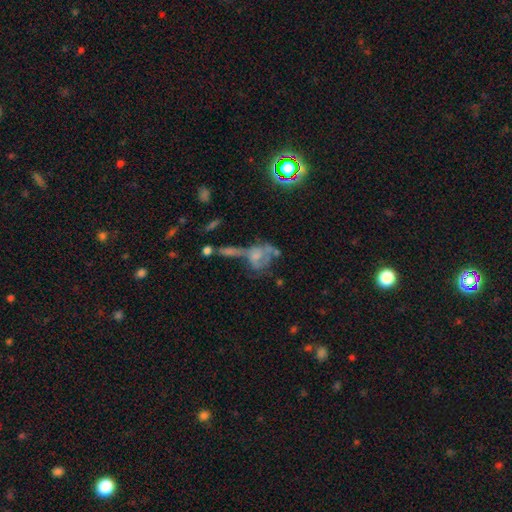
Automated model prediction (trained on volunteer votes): Smooth or featured? Predicted: featured or disk (p=0.44). Merging? Predicted: merger (p=0.41).